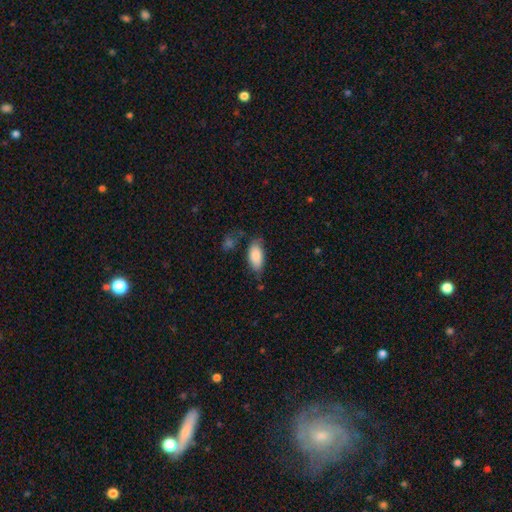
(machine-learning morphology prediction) Smooth or featured: smooth — 85% (featured or disk — 9%)
How rounded: in between — 91% (cigar-shaped — 7%)
Merging: none — 62% (minor disturbance — 26%)